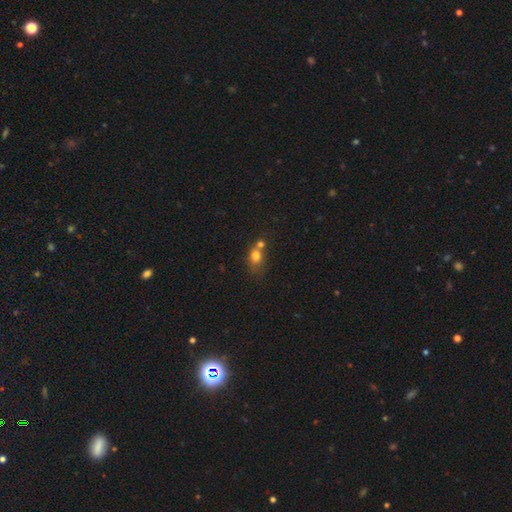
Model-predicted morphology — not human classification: Smooth or featured? smooth (74%)
How rounded? round (59%)
Merging? merger (51%)